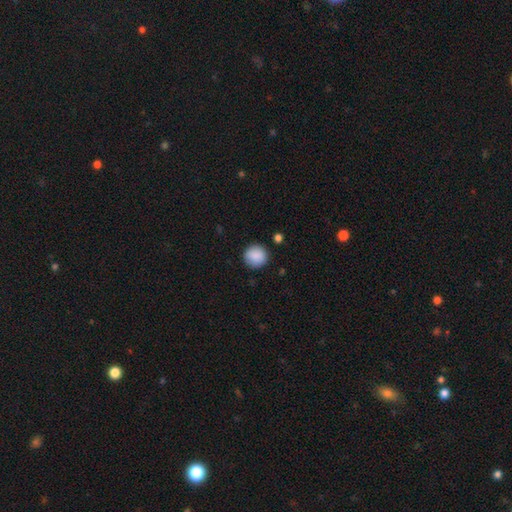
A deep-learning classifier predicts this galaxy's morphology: Q: Smooth or featured?
A: smooth (89%); runner-up: star or artifact (8%)
Q: How rounded?
A: round (93%); runner-up: in between (6%)
Q: Merging?
A: none (89%); runner-up: minor disturbance (8%)